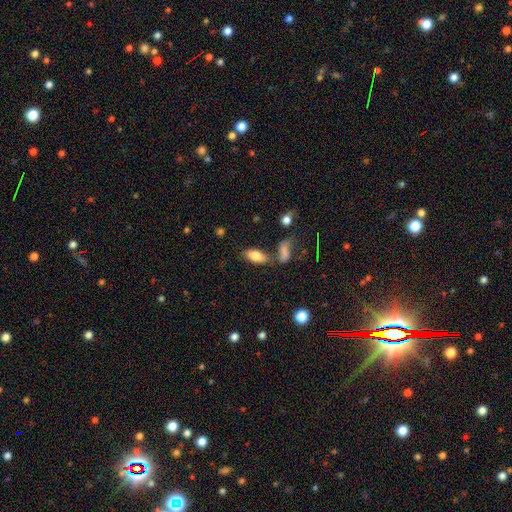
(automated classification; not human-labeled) A smooth galaxy with no disk features (78%) that is in between round and cigar-shaped (86%). Merging: none (64%).